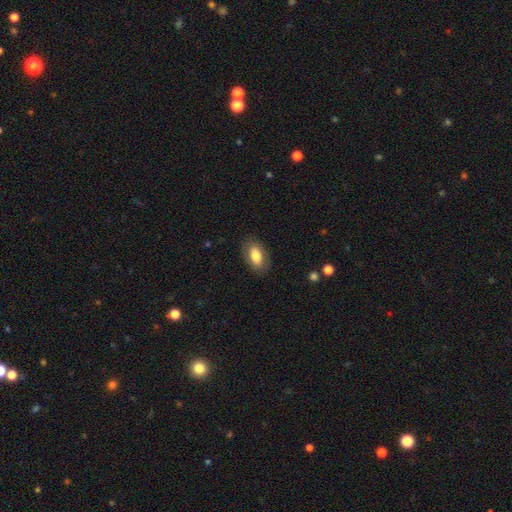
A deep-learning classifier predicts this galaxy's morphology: Smooth or featured? smooth (76%)
How rounded? in between (92%)
Merging? none (83%)